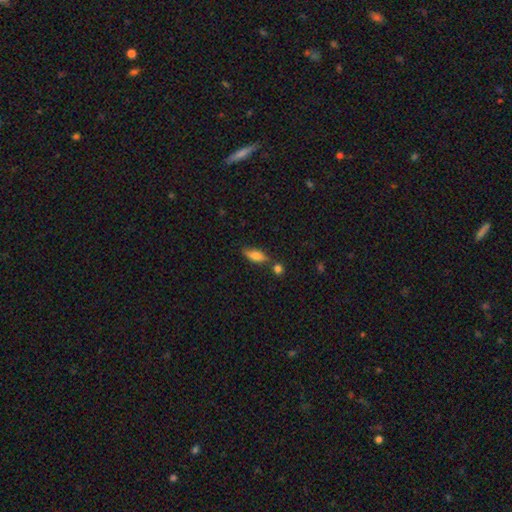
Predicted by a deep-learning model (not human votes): A smooth galaxy with no disk features (72%) that is in between round and cigar-shaped (64%).

Vote fractions:
- Smooth or featured? smooth: 72% / featured or disk: 19% / star or artifact: 8%
- How rounded? in between: 64% / cigar-shaped: 32% / round: 4%
- Merging? none: 64% / minor disturbance: 18% / merger: 13% / major disturbance: 5%